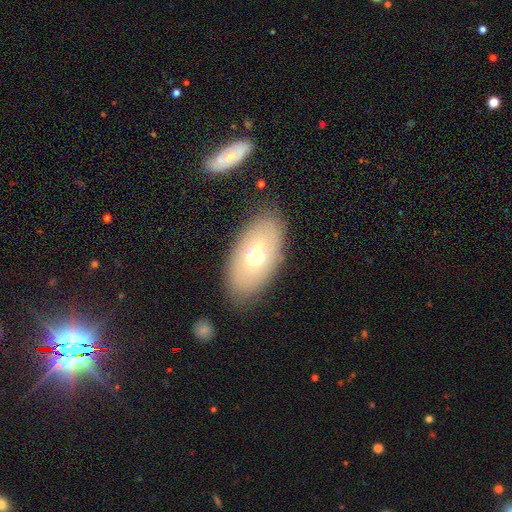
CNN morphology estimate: Overall: smooth (62%; featured or disk 30%). How rounded: in between (92%). Merging: none (83%).